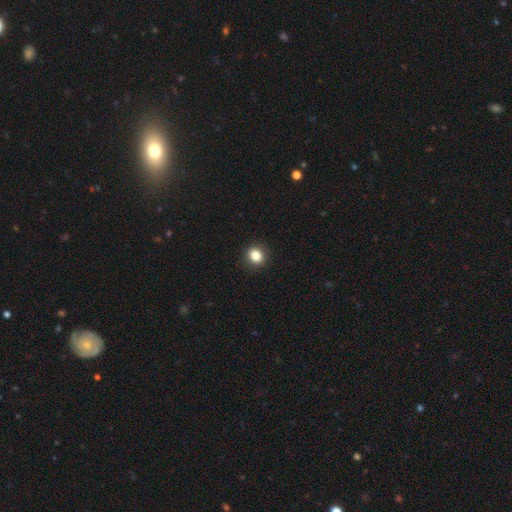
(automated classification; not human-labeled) Smooth or featured?
  - smooth: 85% *
  - star or artifact: 10%
  - featured or disk: 5%
How rounded?
  - round: 71% *
  - in between: 28%
  - cigar-shaped: 1%
Merging?
  - none: 91% *
  - minor disturbance: 6%
  - major disturbance: 2%
  - merger: 1%